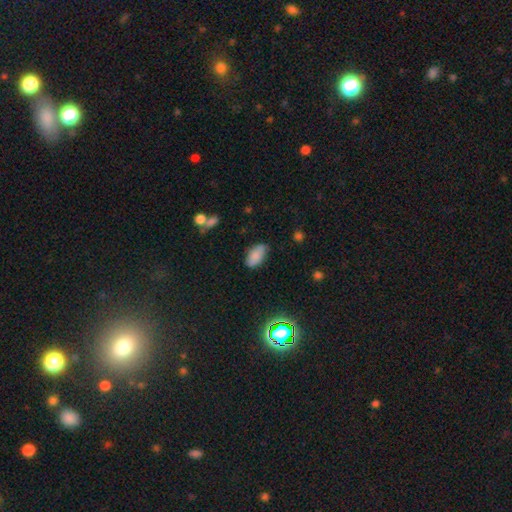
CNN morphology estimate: This appears to be a smooth galaxy with no disk features (82%) that is in between round and cigar-shaped (93%). Merging: none (76%).